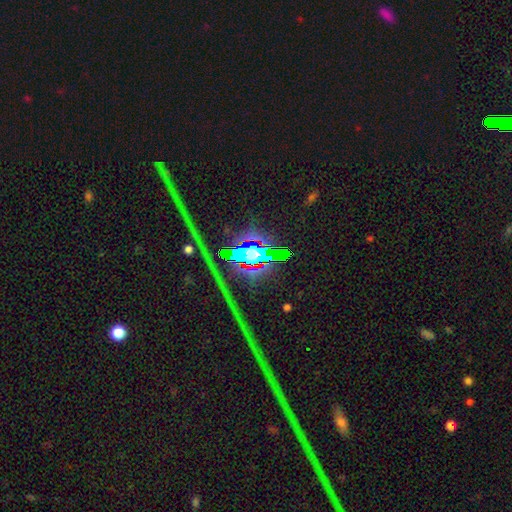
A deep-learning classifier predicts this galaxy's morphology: Smooth or featured: star or artifact — 65% (featured or disk — 19%)